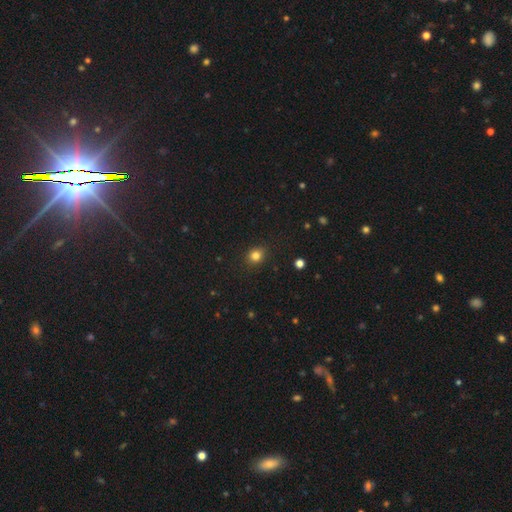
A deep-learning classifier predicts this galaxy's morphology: smooth-or-featured: smooth: 82% | star or artifact: 13% | featured or disk: 5%
  how-rounded: round: 75% | in between: 24% | cigar-shaped: 1%
  merging: none: 89% | minor disturbance: 8% | major disturbance: 2% | merger: 1%